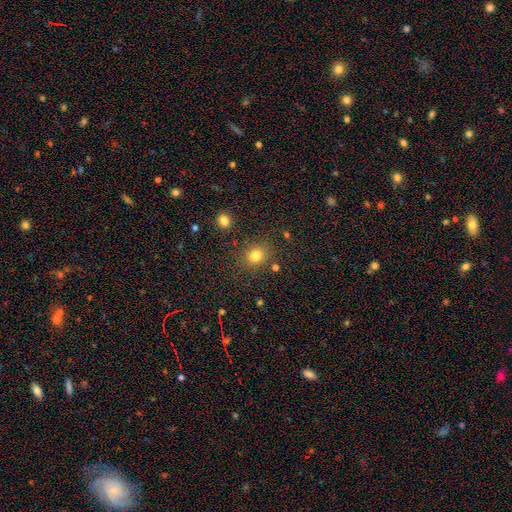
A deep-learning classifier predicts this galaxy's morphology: smooth 80%, star or artifact 14%, featured or disk 6%. Down the decision tree: how rounded — round (72%); merging — none (81%).